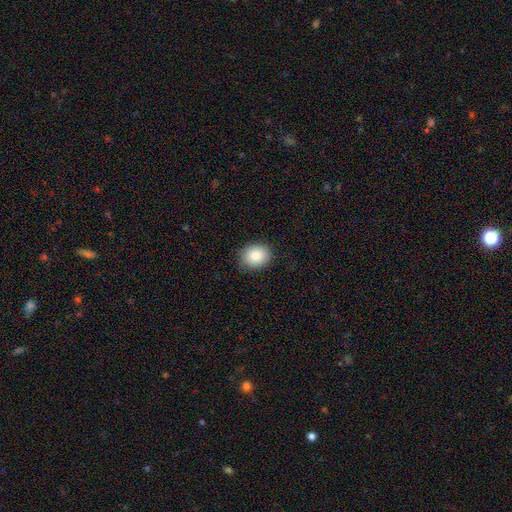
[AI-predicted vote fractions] Q: Smooth or featured?
A: smooth (85%); runner-up: star or artifact (8%)
Q: How rounded?
A: round (53%); runner-up: in between (46%)
Q: Merging?
A: none (86%); runner-up: minor disturbance (11%)